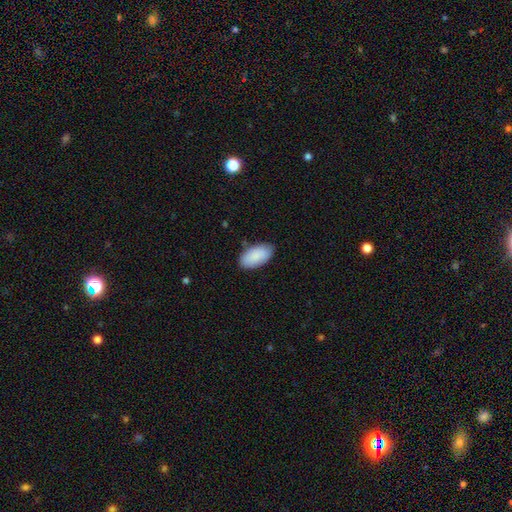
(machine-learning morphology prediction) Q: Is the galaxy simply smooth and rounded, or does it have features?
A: smooth — 89%.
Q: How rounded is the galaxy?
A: in between — 95%.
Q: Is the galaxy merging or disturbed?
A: none — 83%.